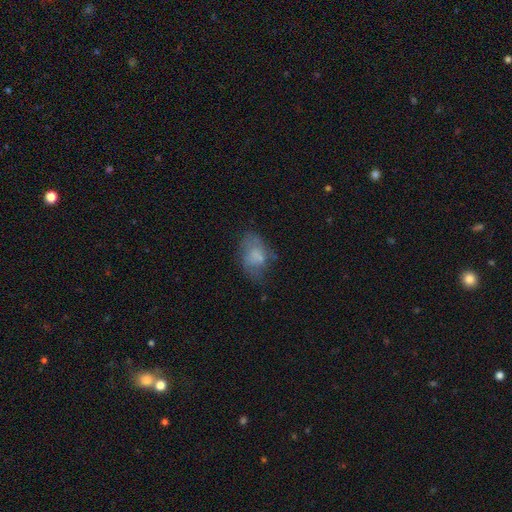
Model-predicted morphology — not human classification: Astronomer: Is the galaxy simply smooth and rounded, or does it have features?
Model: smooth — 58%.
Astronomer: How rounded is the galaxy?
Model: in between — 83%.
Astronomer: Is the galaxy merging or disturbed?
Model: none — 43% (runner-up: minor disturbance, 28%).